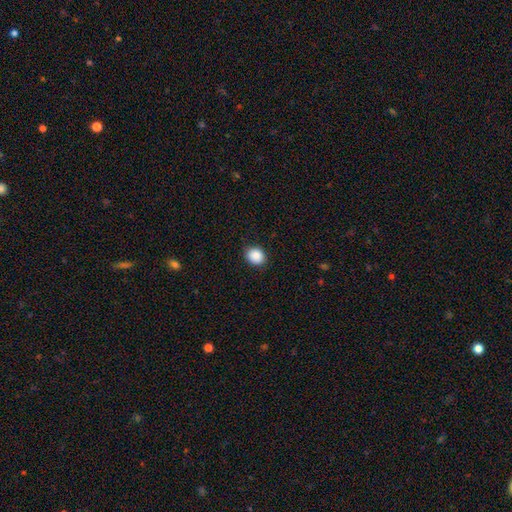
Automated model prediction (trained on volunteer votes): Q: Smooth or featured?
A: smooth (89%); runner-up: star or artifact (8%)
Q: How rounded?
A: round (61%); runner-up: in between (39%)
Q: Merging?
A: none (88%); runner-up: minor disturbance (9%)